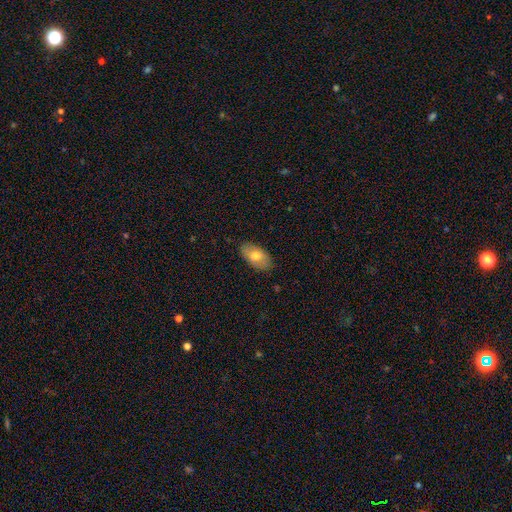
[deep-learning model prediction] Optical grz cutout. It shows a smooth galaxy with no disk features (70%) that is in between round and cigar-shaped (94%). Merging: none (85%).